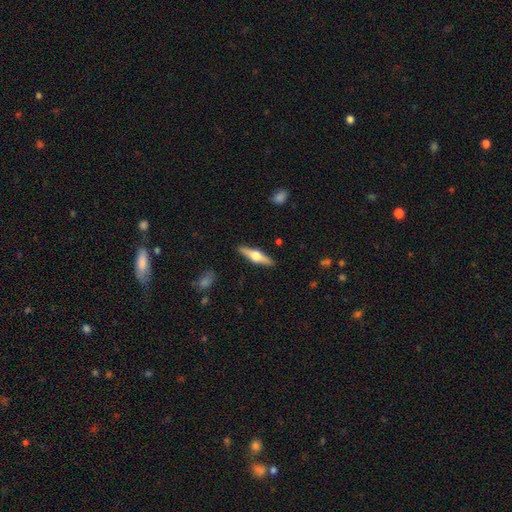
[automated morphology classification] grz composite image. It shows a featured or disk galaxy (64%) viewed edge-on (97%) with a rounded central bulge (95%). Merging: none (91%).